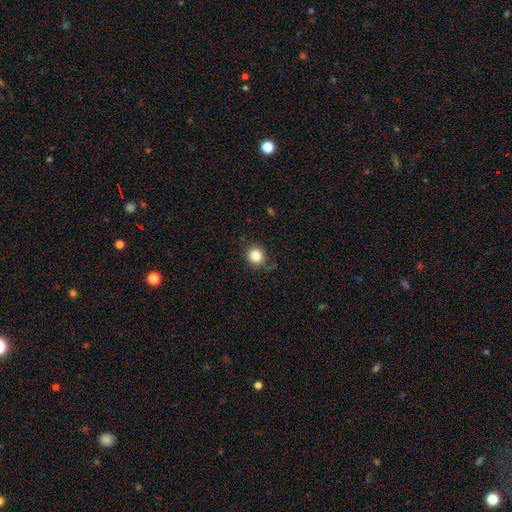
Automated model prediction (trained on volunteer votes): Morphology: type=smooth (85%); roundness=round (91%); merging=none (84%).